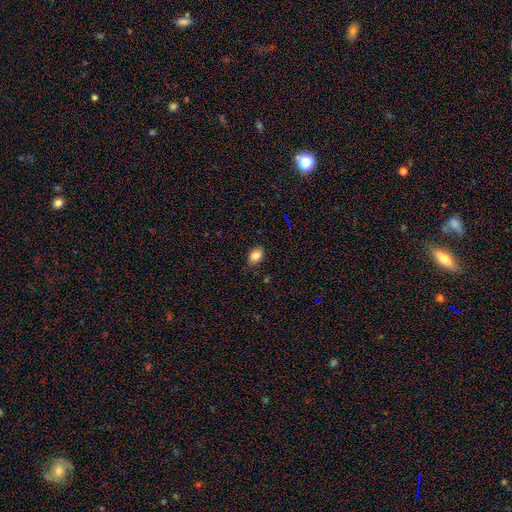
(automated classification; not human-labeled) smooth 85%, star or artifact 10%, featured or disk 6%. Down the decision tree: how rounded — in between (68%); merging — none (76%).